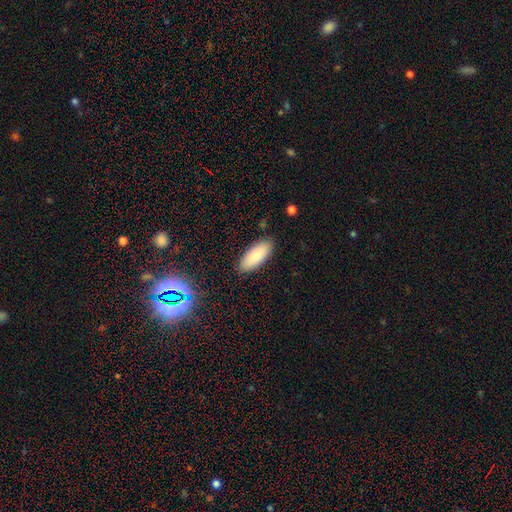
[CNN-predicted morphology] Smooth or featured?
  - smooth: 86% *
  - featured or disk: 8%
  - star or artifact: 6%
How rounded?
  - in between: 81% *
  - cigar-shaped: 18%
  - round: 2%
Merging?
  - none: 87% *
  - minor disturbance: 9%
  - major disturbance: 2%
  - merger: 1%